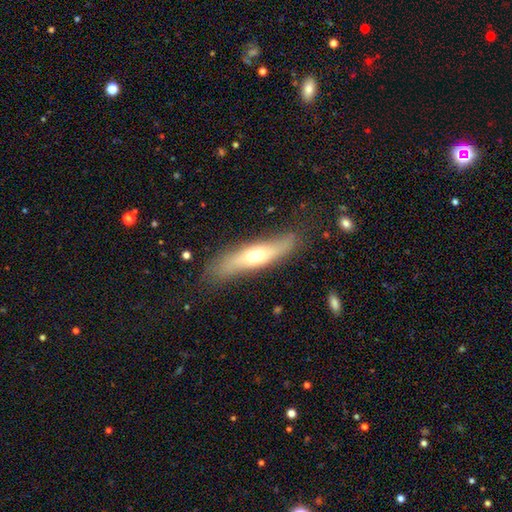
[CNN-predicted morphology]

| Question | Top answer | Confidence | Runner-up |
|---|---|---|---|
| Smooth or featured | featured or disk | 47% | tied: smooth (47%) |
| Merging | none | 75% | minor disturbance (18%) |